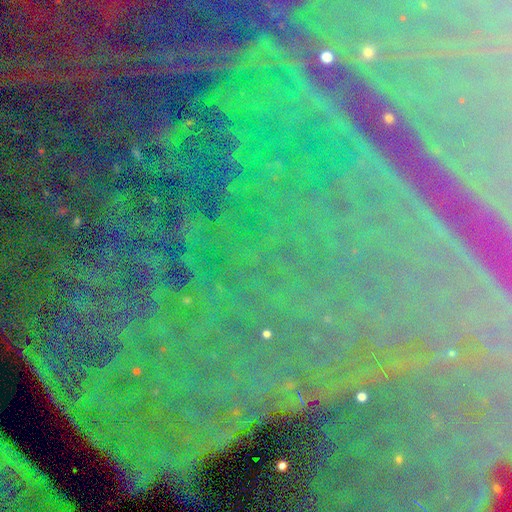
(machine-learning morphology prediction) A star or artifact, not a galaxy (85%).